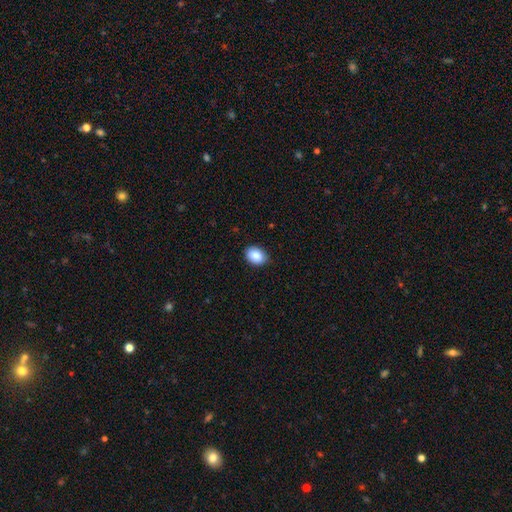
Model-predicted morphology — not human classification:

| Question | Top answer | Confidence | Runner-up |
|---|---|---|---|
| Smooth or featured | smooth | 87% | star or artifact (8%) |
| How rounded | in between | 73% | round (26%) |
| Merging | none | 87% | minor disturbance (10%) |